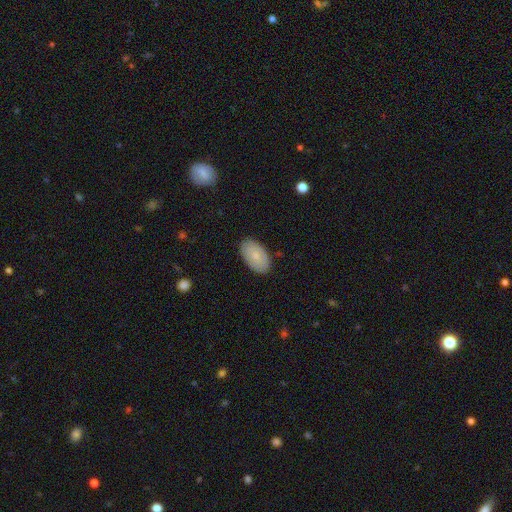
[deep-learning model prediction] Morphology: type=smooth (75%); roundness=in between (94%); merging=none (86%).